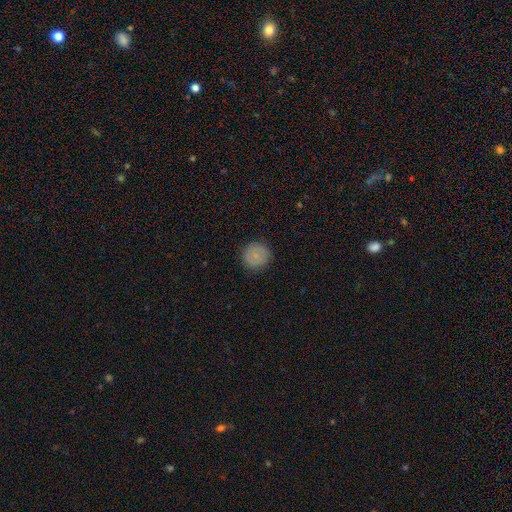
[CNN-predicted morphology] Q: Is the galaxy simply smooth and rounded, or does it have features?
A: smooth — 75%.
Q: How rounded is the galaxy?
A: round — 93%.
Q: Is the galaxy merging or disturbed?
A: none — 87%.